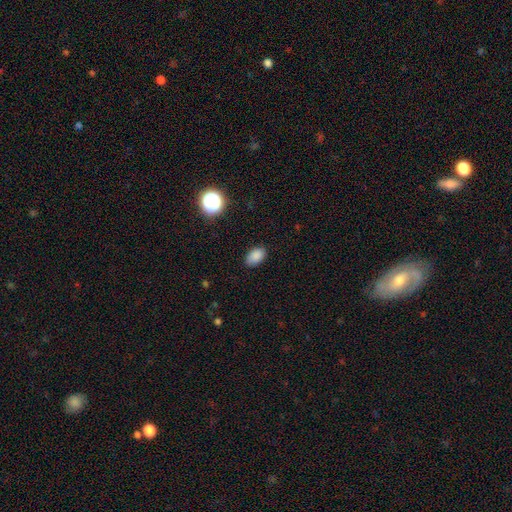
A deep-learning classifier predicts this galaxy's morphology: Q: Smooth or featured?
A: smooth (85%); runner-up: star or artifact (11%)
Q: How rounded?
A: in between (90%); runner-up: round (9%)
Q: Merging?
A: none (86%); runner-up: minor disturbance (11%)